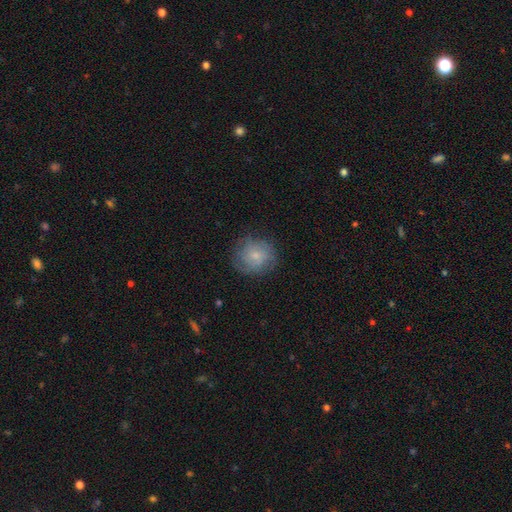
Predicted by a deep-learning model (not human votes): smooth_or_featured: smooth (p=0.63) [alt: featured or disk p=0.29]
how_rounded: round (p=0.86) [alt: in between p=0.13]
merging: none (p=0.73) [alt: minor disturbance p=0.19]